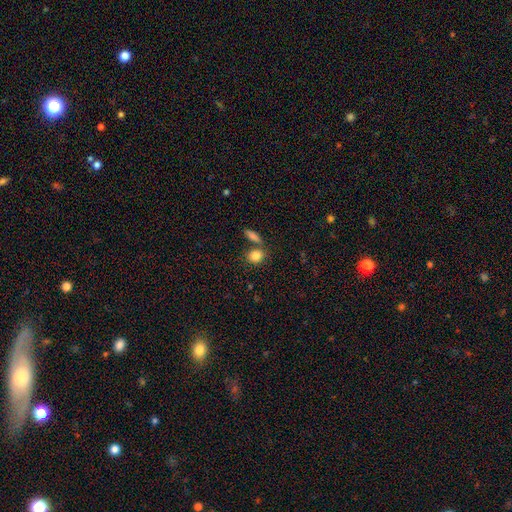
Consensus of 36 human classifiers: This is clearly a smooth galaxy (92%). How rounded: possibly round (48%, tied with in between). Merging: likely none (62%).